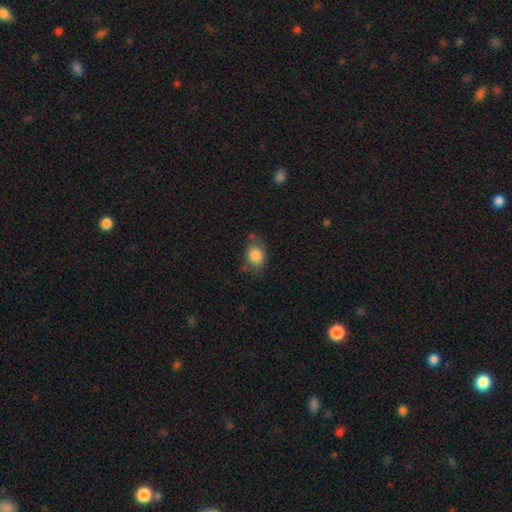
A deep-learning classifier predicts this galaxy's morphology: Smooth or featured? smooth (82%)
How rounded? in between (68%)
Merging? none (61%)